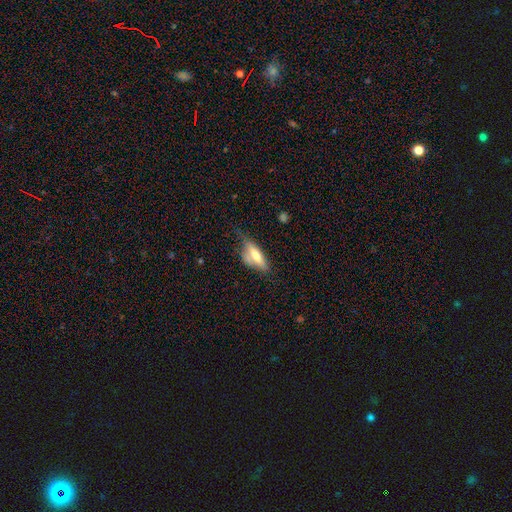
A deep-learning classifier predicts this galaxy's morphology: This is possibly a smooth galaxy (56%). How rounded: likely in between (62%). Merging: marginally none (40%).